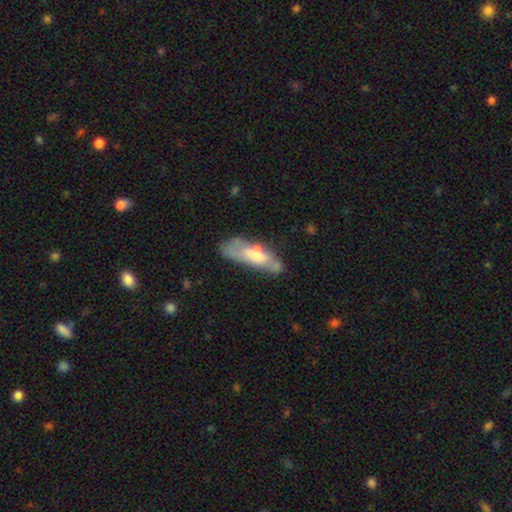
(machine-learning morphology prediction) This is possibly a smooth galaxy (55%). How rounded: possibly in between (51%). Merging: marginally none (43%).